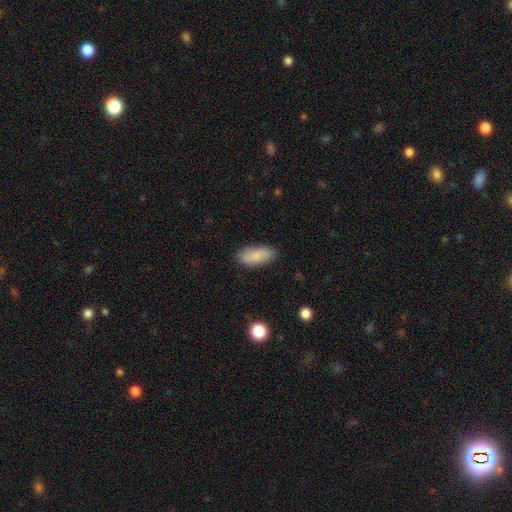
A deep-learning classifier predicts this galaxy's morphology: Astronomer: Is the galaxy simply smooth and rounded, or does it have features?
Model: smooth — 84%.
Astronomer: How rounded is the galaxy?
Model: in between — 83%.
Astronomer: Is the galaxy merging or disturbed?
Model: none — 84%.